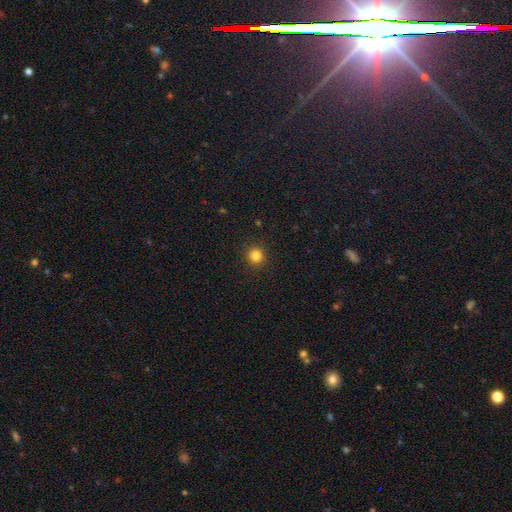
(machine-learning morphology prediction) A smooth galaxy with no disk features (83%) that is round (94%).

Vote fractions:
- Smooth or featured? smooth: 83% / star or artifact: 13% / featured or disk: 4%
- How rounded? round: 94% / in between: 5% / cigar-shaped: 1%
- Merging? none: 92% / minor disturbance: 5% / major disturbance: 2% / merger: 1%